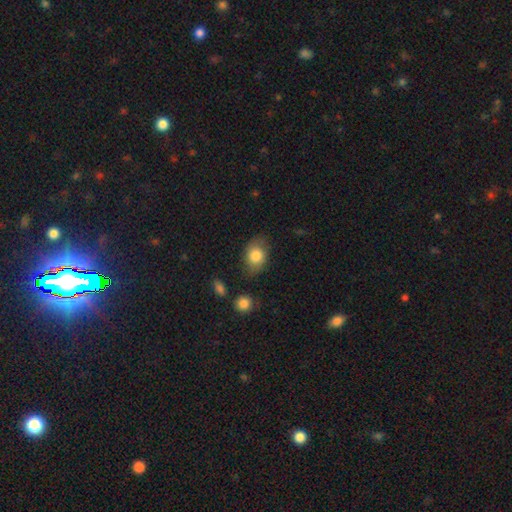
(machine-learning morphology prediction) The model was most divided on "how rounded": in between: 68%, round: 31%, cigar-shaped: 1%. More confident: smooth or featured — smooth (80%); merging — none (72%).